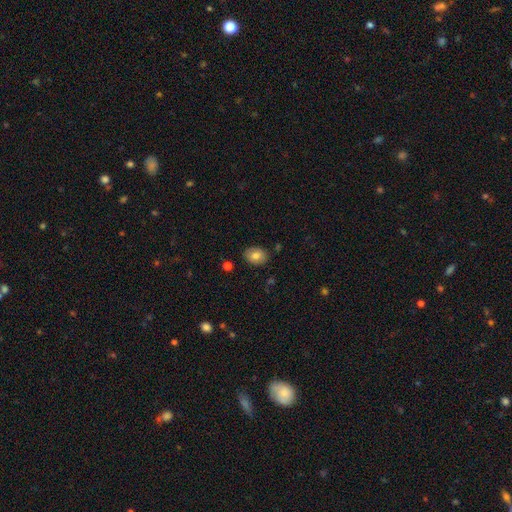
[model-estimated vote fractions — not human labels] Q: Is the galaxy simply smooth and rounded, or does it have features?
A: smooth — 79%.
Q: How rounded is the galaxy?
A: in between — 65%.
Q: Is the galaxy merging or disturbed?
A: none — 86%.